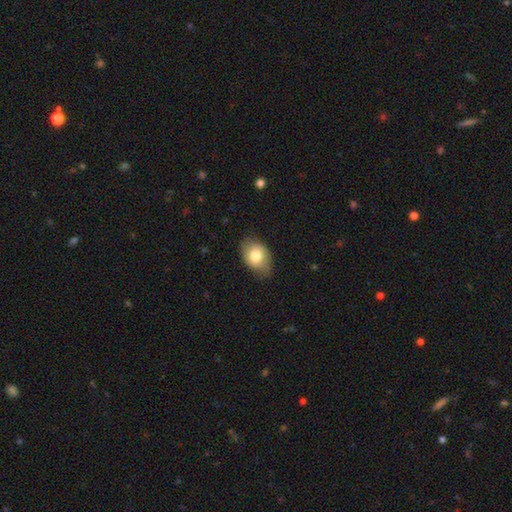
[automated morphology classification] smooth_or_featured: smooth (p=0.77) [alt: featured or disk p=0.16]
how_rounded: in between (p=0.76) [alt: round p=0.23]
merging: none (p=0.71) [alt: minor disturbance p=0.24]